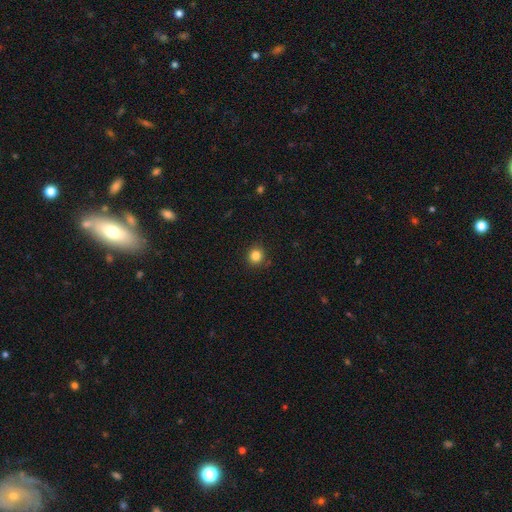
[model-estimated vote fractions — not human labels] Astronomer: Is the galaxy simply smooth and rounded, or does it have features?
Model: smooth — 84%.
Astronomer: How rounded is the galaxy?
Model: round — 88%.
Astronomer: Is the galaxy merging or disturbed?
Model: none — 88%.